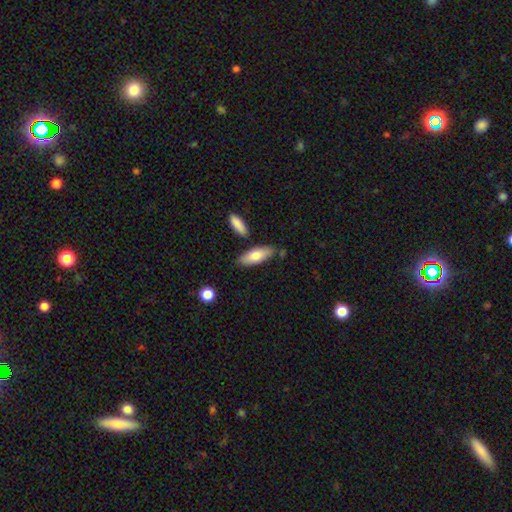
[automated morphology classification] Smooth or featured: smooth — 75% (featured or disk — 19%)
How rounded: in between — 72% (cigar-shaped — 26%)
Merging: none — 76% (minor disturbance — 15%)